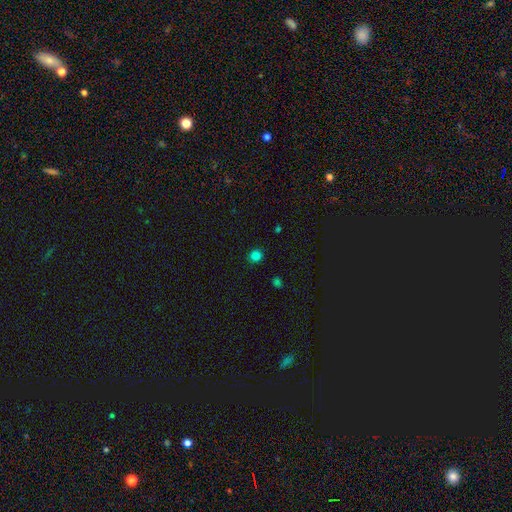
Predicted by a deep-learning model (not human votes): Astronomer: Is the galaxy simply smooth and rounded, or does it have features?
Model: smooth — 82%.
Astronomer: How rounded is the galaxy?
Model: round — 87%.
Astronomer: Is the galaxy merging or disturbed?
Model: none — 91%.